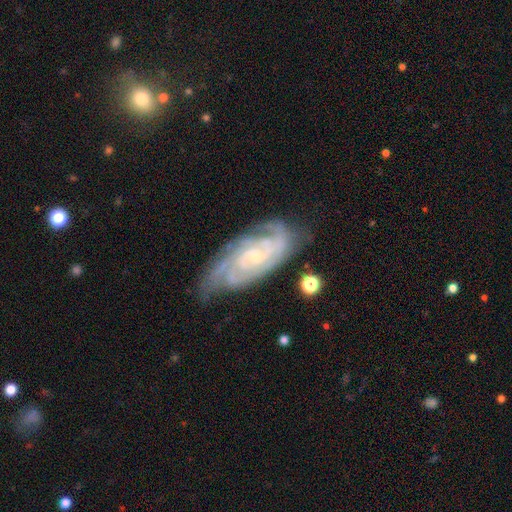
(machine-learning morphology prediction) A featured or disk galaxy (88%) with no bar (60%), 3 (29%) tight (69%) spiral arms (98%) and a small central bulge (68%). Merging: none (70%).